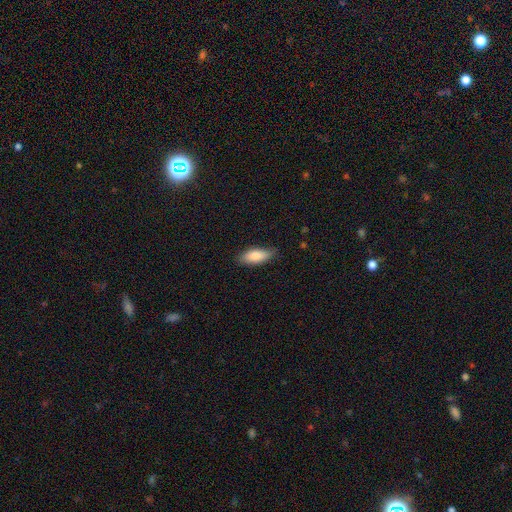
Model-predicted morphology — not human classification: Overall: smooth (84%). How rounded: in between (75%). Merging: none (78%).